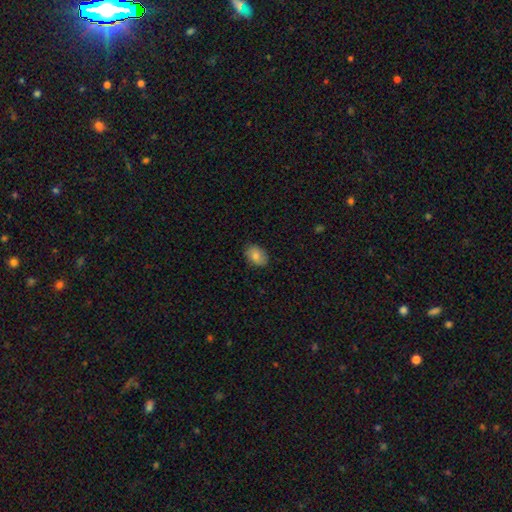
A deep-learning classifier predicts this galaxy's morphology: Smooth or featured? Predicted: smooth (p=0.81). How rounded? Predicted: in between (p=0.78). Merging? Predicted: none (p=0.84).